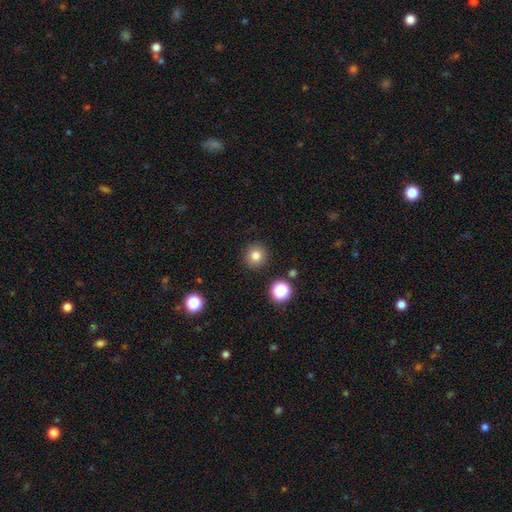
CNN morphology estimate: Smooth or featured? Predicted: smooth (p=0.80). How rounded? Predicted: round (p=0.93). Merging? Predicted: none (p=0.90).